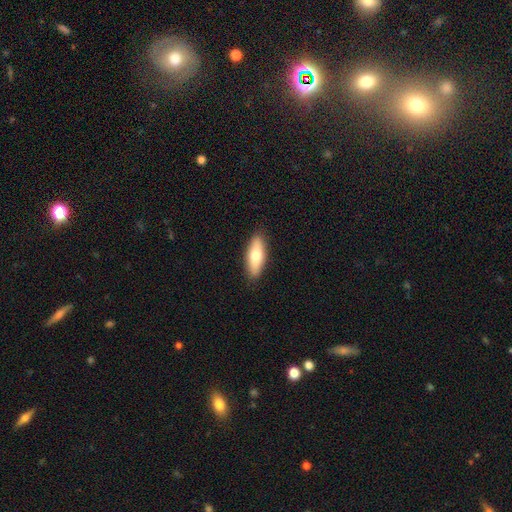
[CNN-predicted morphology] smooth_or_featured: smooth (p=0.70) [alt: featured or disk p=0.24]
how_rounded: in between (p=0.66) [alt: cigar-shaped p=0.32]
merging: none (p=0.89) [alt: minor disturbance p=0.08]